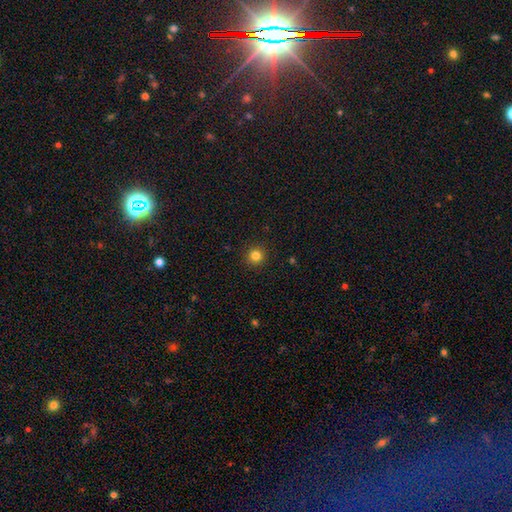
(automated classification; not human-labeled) smooth 83%, star or artifact 13%, featured or disk 5%. Down the decision tree: how rounded — round (95%); merging — none (92%).